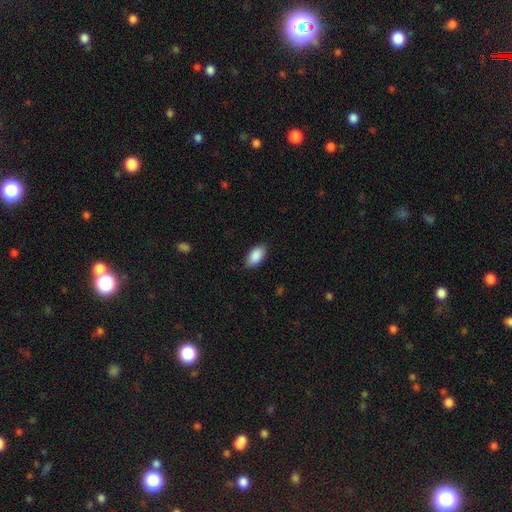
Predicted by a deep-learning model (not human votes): A smooth galaxy with no disk features (90%) that is in between round and cigar-shaped (94%).

Vote fractions:
- Smooth or featured? smooth: 90% / star or artifact: 6% / featured or disk: 4%
- How rounded? in between: 94% / round: 4% / cigar-shaped: 2%
- Merging? none: 86% / minor disturbance: 11% / major disturbance: 2% / merger: 1%